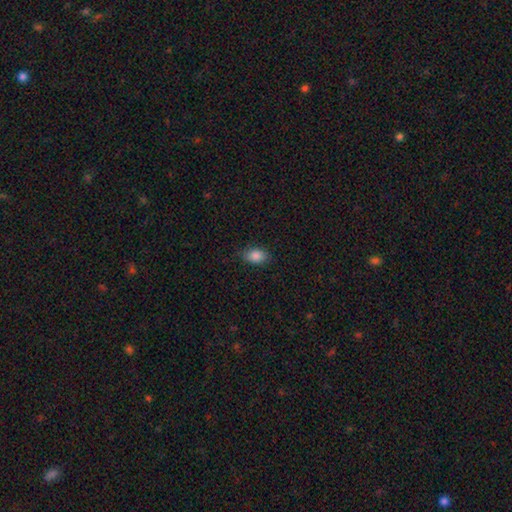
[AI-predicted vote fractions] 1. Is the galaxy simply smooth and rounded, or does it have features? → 87% smooth, 8% star or artifact, 5% featured or disk.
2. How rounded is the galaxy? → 85% in between, 13% round, 2% cigar-shaped.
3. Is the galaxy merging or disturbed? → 83% none, 13% minor disturbance, 3% major disturbance, 1% merger.